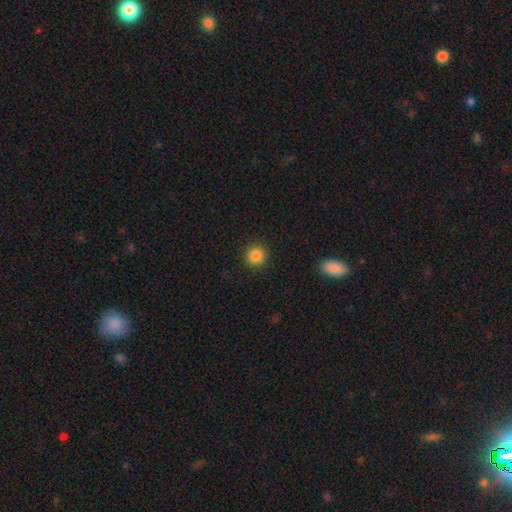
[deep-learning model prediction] Smooth or featured: smooth — 86% (star or artifact — 10%)
How rounded: round — 94% (in between — 6%)
Merging: none — 91% (minor disturbance — 6%)